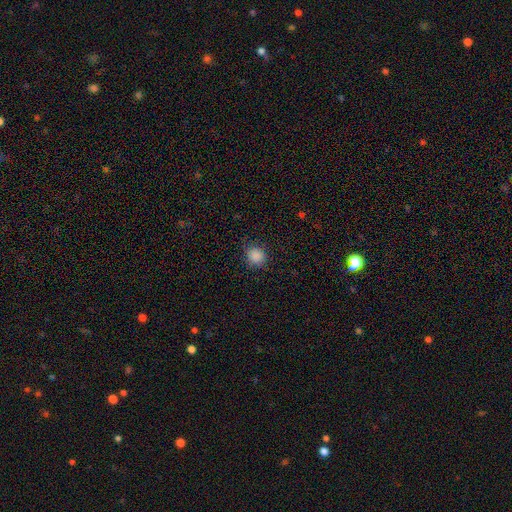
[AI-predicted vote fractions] smooth 87%, star or artifact 10%, featured or disk 3%. Down the decision tree: how rounded — round (81%); merging — none (84%).